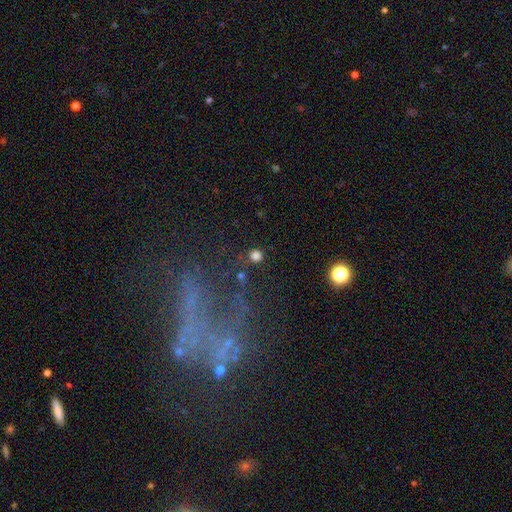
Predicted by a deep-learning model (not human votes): The model was most divided on "smooth or featured": smooth: 78%, star or artifact: 17%, featured or disk: 5%. More confident: how rounded — round (94%); merging — none (83%).